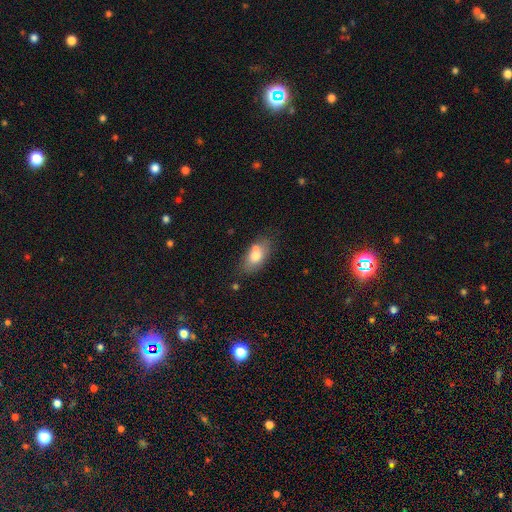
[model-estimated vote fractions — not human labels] smooth 72%, featured or disk 20%, star or artifact 8%. Down the decision tree: how rounded — in between (89%); merging — none (56%).